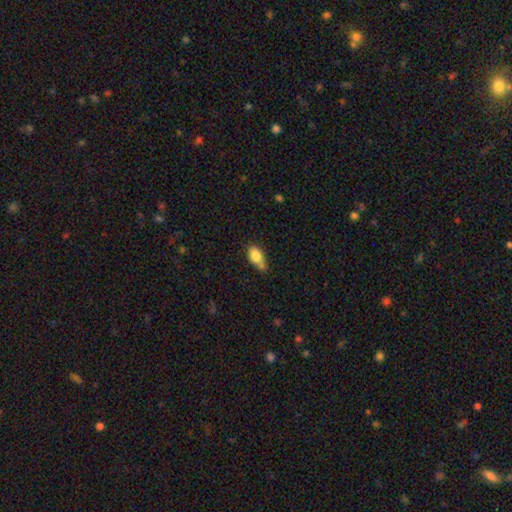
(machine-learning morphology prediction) smooth_or_featured: smooth (p=0.80) [alt: featured or disk p=0.12]
how_rounded: in between (p=0.81) [alt: round p=0.12]
merging: none (p=0.41) [alt: minor disturbance p=0.36]